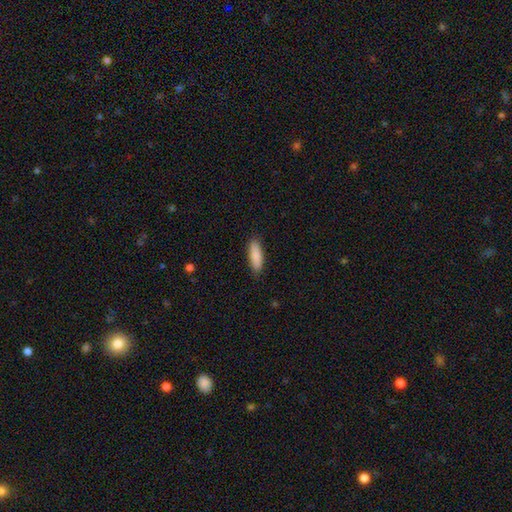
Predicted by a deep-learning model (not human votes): Overall: smooth (89%). How rounded: in between (53%; cigar-shaped 46%). Merging: none (88%).